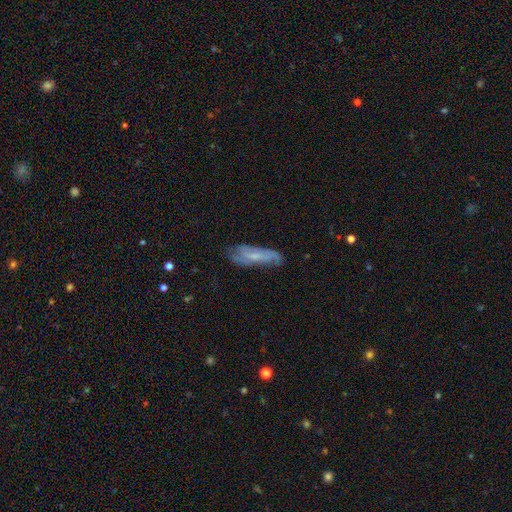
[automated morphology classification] The model was most divided on "smooth or featured": featured or disk: 58%, smooth: 34%, star or artifact: 8%. More confident: edge-on disk — no (74%); merging — none (63%).